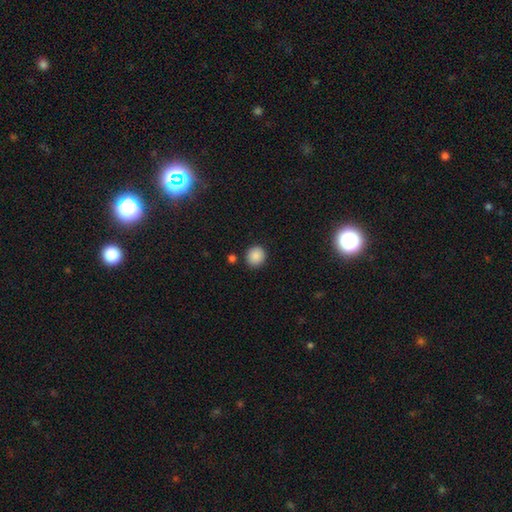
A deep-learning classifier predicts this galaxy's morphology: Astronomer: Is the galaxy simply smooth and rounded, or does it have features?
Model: smooth — 87%.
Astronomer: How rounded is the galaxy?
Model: round — 82%.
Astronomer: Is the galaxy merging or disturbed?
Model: none — 87%.